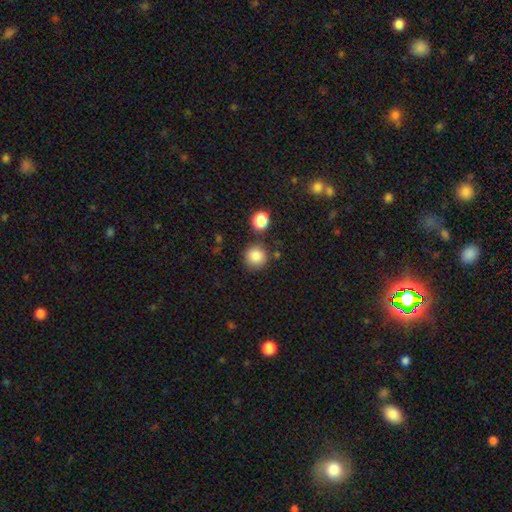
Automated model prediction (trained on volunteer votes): Smooth or featured?
  - smooth: 86% *
  - star or artifact: 10%
  - featured or disk: 5%
How rounded?
  - round: 93% *
  - in between: 6%
  - cigar-shaped: 1%
Merging?
  - none: 80% *
  - minor disturbance: 10%
  - merger: 7%
  - major disturbance: 3%